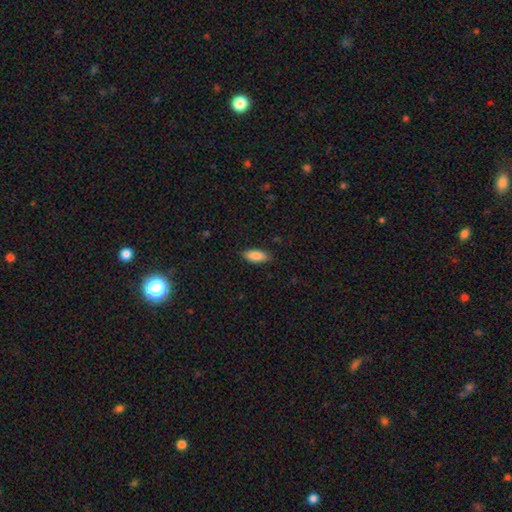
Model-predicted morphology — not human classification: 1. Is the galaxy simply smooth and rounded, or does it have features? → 87% smooth, 7% featured or disk, 6% star or artifact.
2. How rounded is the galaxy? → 81% in between, 17% cigar-shaped, 2% round.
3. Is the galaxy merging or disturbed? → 85% none, 12% minor disturbance, 2% major disturbance, 1% merger.